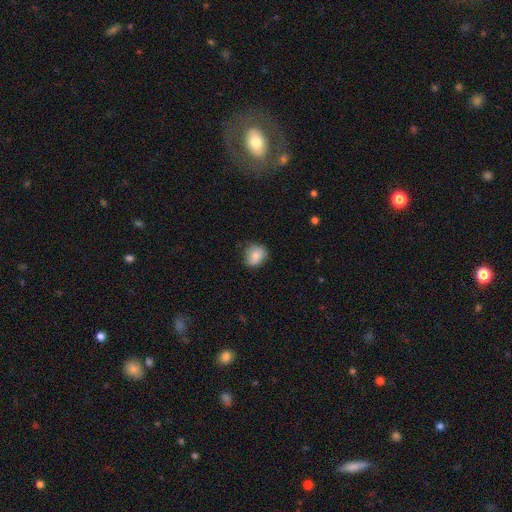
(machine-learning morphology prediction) This is likely a smooth galaxy (77%). How rounded: likely round (71%). Merging: likely none (69%).